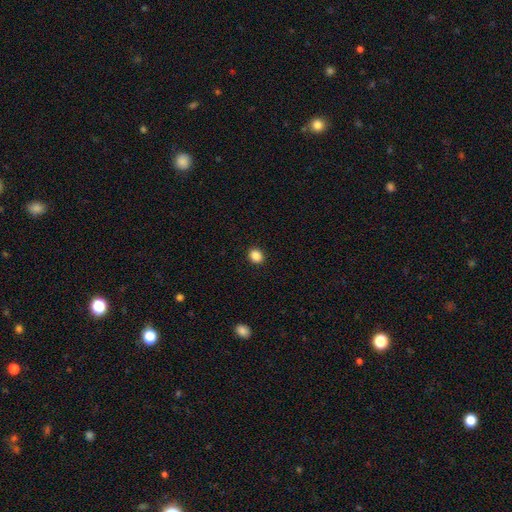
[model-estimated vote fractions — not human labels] Morphology: type=smooth (87%); roundness=round (65%); merging=none (92%).